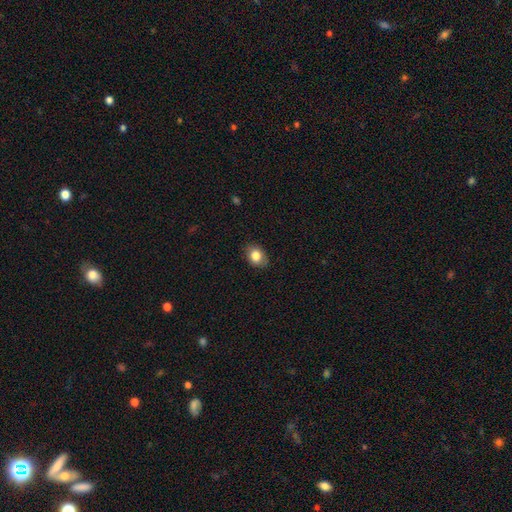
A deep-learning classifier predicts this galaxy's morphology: A smooth galaxy with no disk features (83%) that is in between round and cigar-shaped (62%). Merging: none (85%).